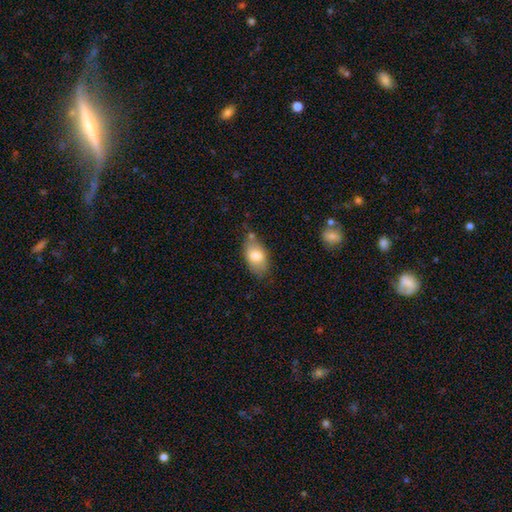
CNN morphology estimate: The model was most divided on "merging": none: 65%, minor disturbance: 23%, merger: 7%, major disturbance: 5%. More confident: how rounded — in between (90%); smooth or featured — smooth (78%).